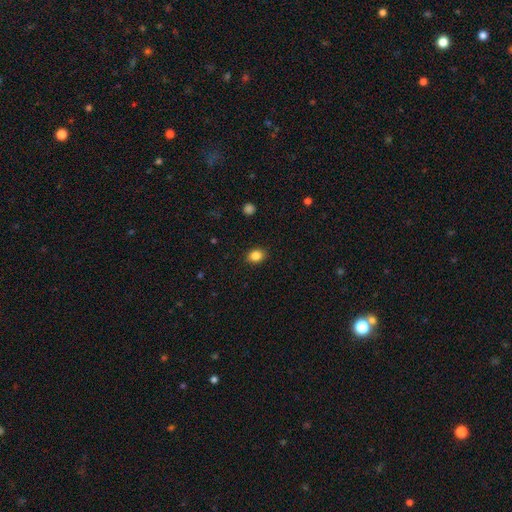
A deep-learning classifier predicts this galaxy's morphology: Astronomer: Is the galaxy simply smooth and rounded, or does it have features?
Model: smooth — 85%.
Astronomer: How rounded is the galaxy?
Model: in between — 54% (runner-up: round, 45%).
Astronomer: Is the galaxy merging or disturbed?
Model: none — 89%.